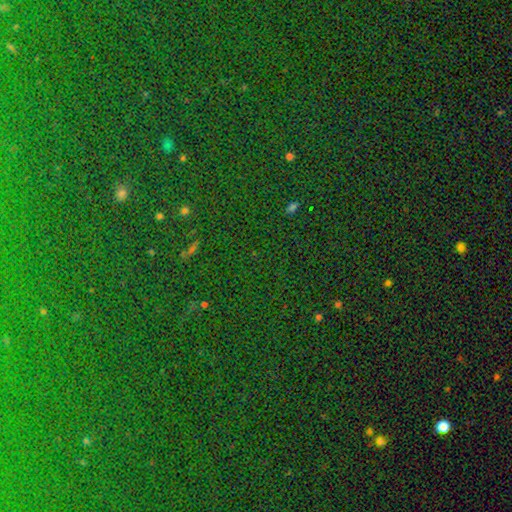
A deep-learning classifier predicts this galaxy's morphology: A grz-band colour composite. It shows a star or artifact, not a galaxy (82%).